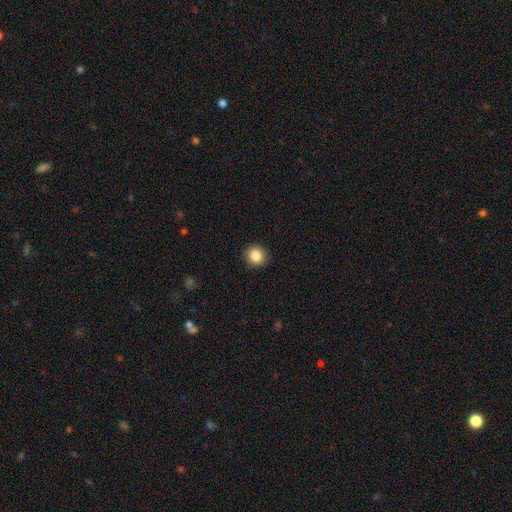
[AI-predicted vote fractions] Smooth or featured?
  - smooth: 86% *
  - star or artifact: 10%
  - featured or disk: 4%
How rounded?
  - round: 92% *
  - in between: 7%
  - cigar-shaped: 1%
Merging?
  - none: 90% *
  - minor disturbance: 7%
  - major disturbance: 2%
  - merger: 1%